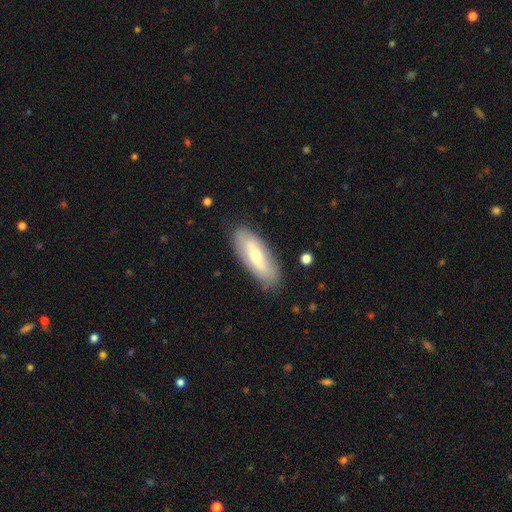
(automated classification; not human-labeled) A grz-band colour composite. It shows a smooth galaxy with no disk features (52%) that is in between round and cigar-shaped (72%). Merging: none (84%).